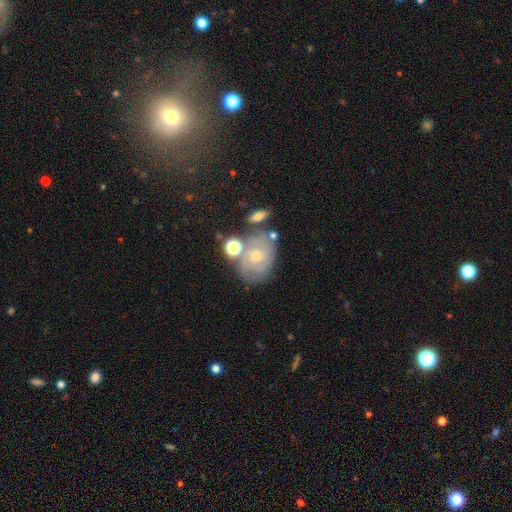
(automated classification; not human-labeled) The model was most divided on "bulge size": small: 66%, moderate: 30%, none: 2%, large: 1%, dominant: 1%. More confident: edge-on disk — no (96%); spiral arms — yes (80%); bar — no (80%); smooth or featured — featured or disk (63%); merging — none (62%).